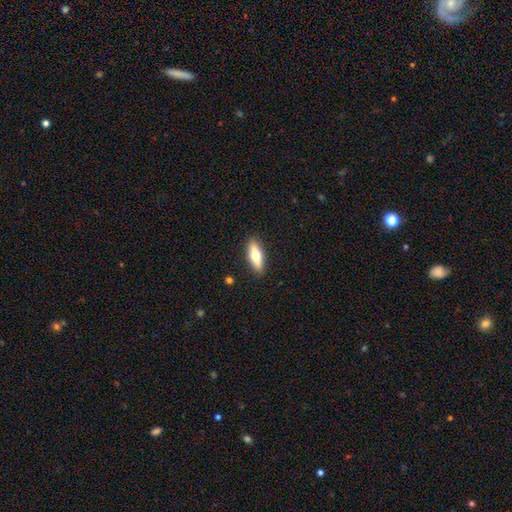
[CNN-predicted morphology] smooth 57%, featured or disk 37%, star or artifact 6%. Down the decision tree: how rounded — in between (51%); merging — none (90%).